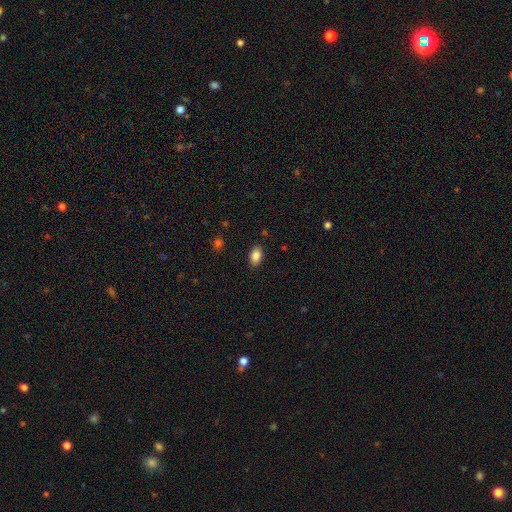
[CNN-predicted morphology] smooth 87%, star or artifact 8%, featured or disk 5%. Down the decision tree: how rounded — in between (91%); merging — none (87%).